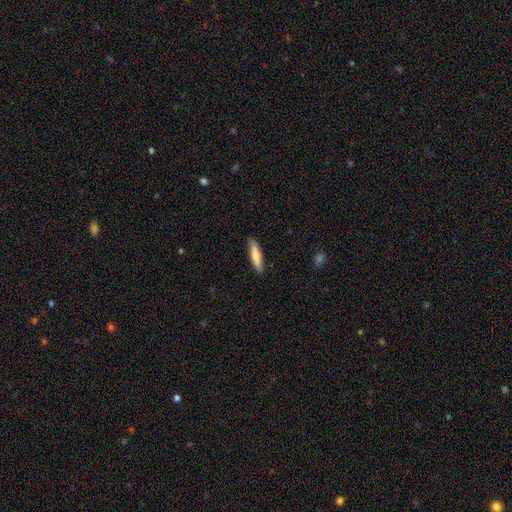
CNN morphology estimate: type=smooth (73%); roundness=cigar-shaped (81%); merging=none (86%).